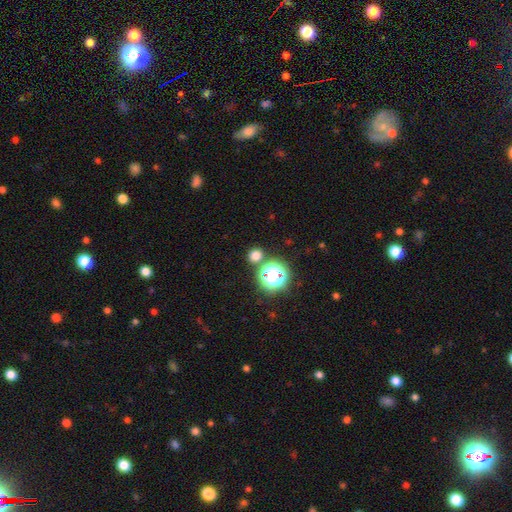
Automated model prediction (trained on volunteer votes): Smooth or featured: smooth — 69% (star or artifact — 25%)
How rounded: round — 85% (in between — 14%)
Merging: none — 79% (merger — 11%)